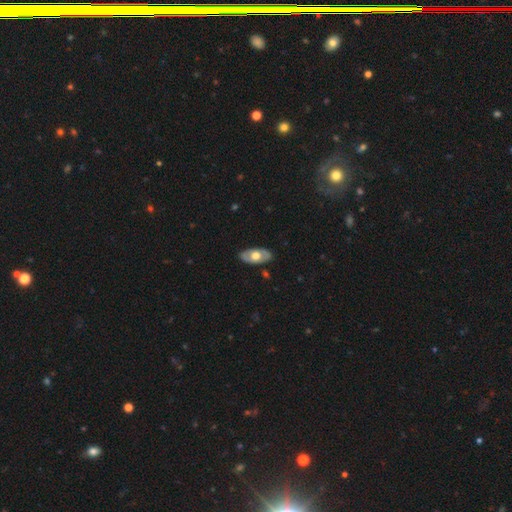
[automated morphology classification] Smooth or featured: featured or disk — 52% (smooth — 43%)
Edge-on disk: no — 81% (yes — 19%)
Merging: none — 85% (minor disturbance — 12%)